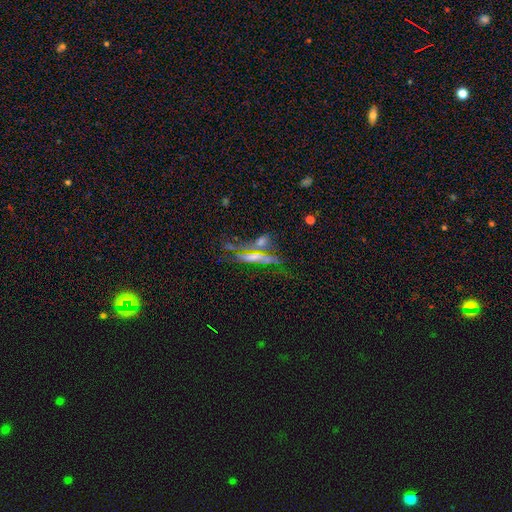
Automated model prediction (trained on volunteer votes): This appears to be a featured or disk galaxy (51%) viewed edge-on (69%). Merging: none (50%).